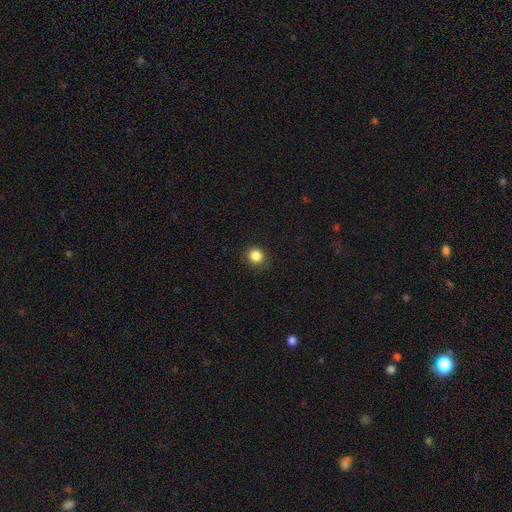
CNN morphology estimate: A smooth galaxy with no disk features (85%) that is round (86%). Merging: none (87%).